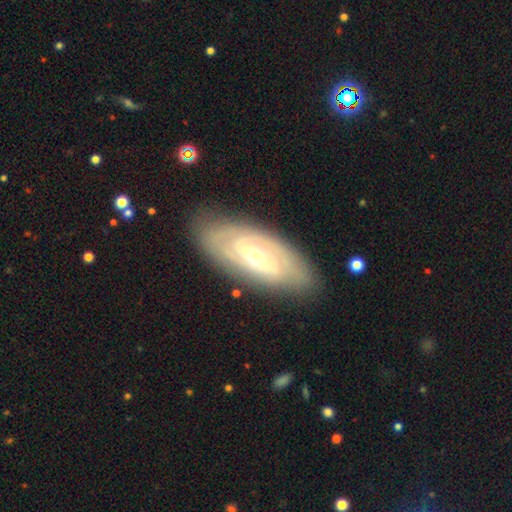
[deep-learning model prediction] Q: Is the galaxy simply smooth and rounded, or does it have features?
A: featured or disk — 79%.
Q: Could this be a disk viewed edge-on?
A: no — 90%.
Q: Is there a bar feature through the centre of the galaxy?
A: no — 42%.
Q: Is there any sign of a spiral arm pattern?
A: yes — 83%.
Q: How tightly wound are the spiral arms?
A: tight — 70%.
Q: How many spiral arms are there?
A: can't tell — 42%.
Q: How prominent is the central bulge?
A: small — 50%.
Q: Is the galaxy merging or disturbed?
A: none — 82%.